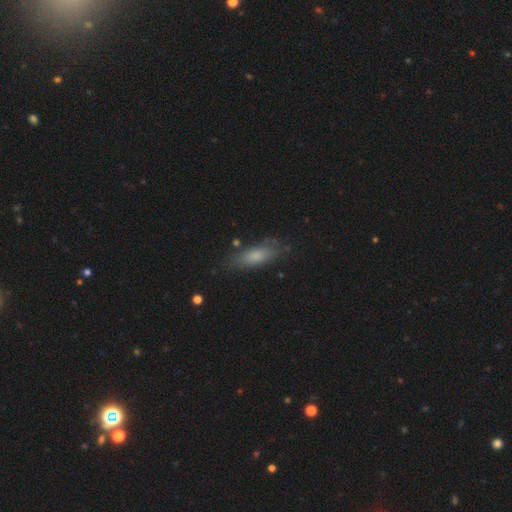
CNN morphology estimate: type=smooth (73%); roundness=in between (61%); merging=none (76%).